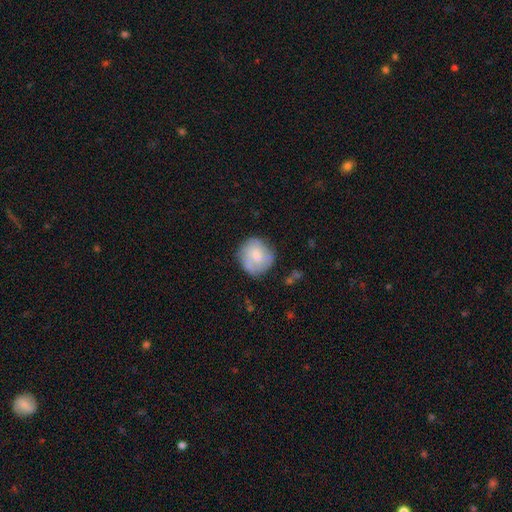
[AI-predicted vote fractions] A smooth galaxy with no disk features (60%) that is round (90%). Merging: none (71%).